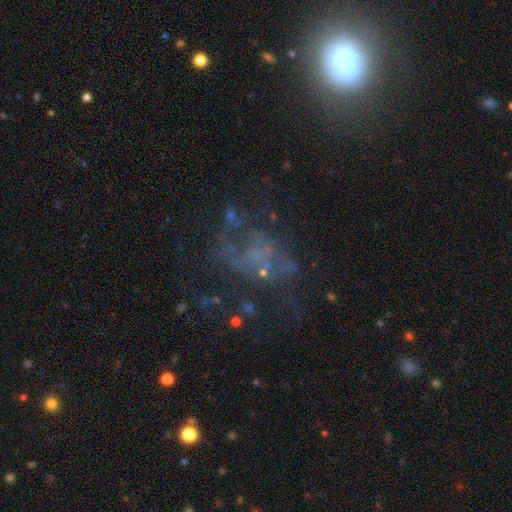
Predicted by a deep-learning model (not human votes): Smooth or featured: featured or disk — 54% (star or artifact — 27%)
Edge-on disk: no — 97% (yes — 3%)
Bar: no — 86% (weak — 11%)
Spiral arms: no — 71% (yes — 29%)
Bulge size: none — 69% (small — 19%)
Merging: none — 41% (major disturbance — 34%)